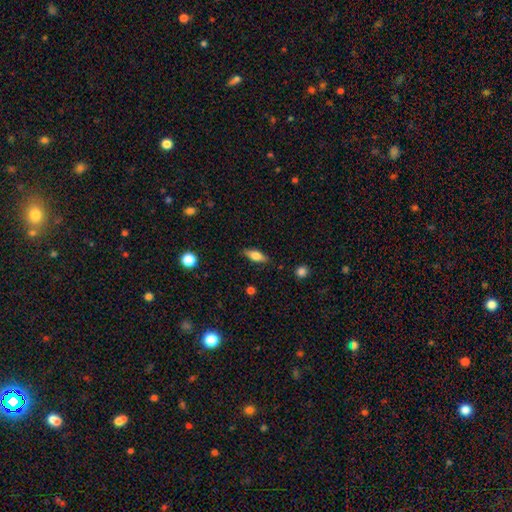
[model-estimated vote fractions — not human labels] Morphology: type=smooth (69%); roundness=in between (71%); merging=none (84%).